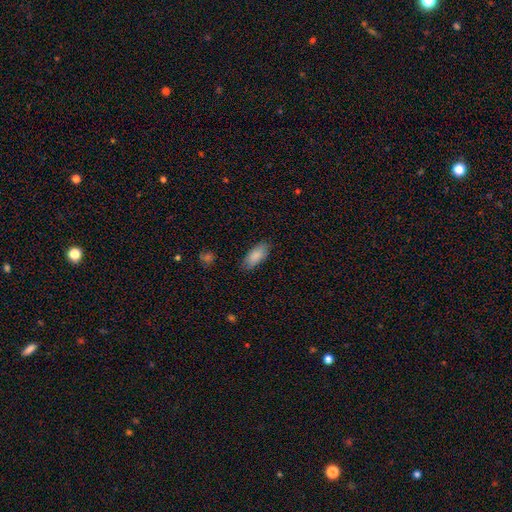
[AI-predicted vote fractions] A smooth galaxy with no disk features (87%) that is in between round and cigar-shaped (85%).

Vote fractions:
- Smooth or featured? smooth: 87% / featured or disk: 6% / star or artifact: 6%
- How rounded? in between: 85% / cigar-shaped: 13% / round: 2%
- Merging? none: 84% / minor disturbance: 12% / major disturbance: 3% / merger: 1%